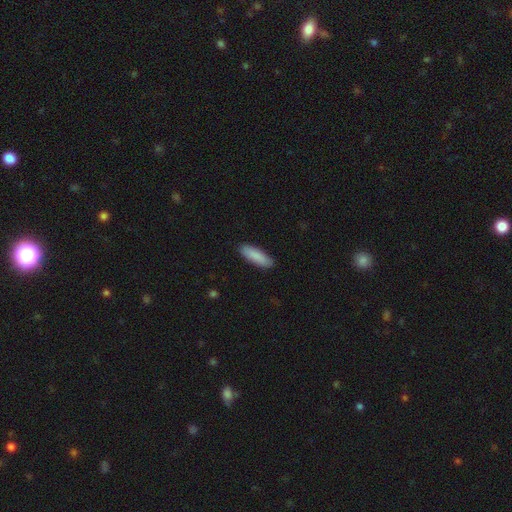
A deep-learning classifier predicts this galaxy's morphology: Smooth or featured?
  - smooth: 89% *
  - featured or disk: 6%
  - star or artifact: 5%
How rounded?
  - cigar-shaped: 51% *
  - in between: 48%
  - round: 1%
Merging?
  - none: 88% *
  - minor disturbance: 9%
  - major disturbance: 2%
  - merger: 1%